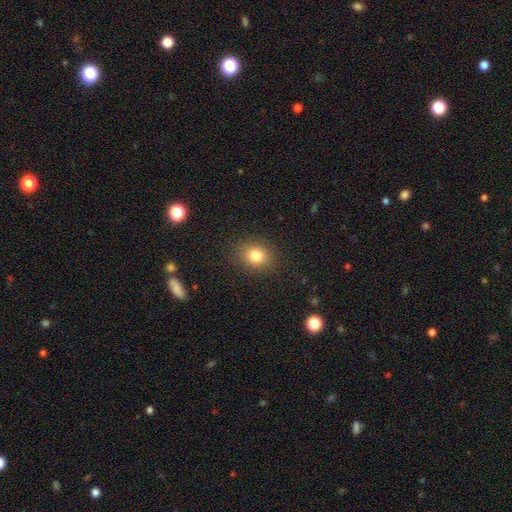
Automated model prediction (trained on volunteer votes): The model was most divided on "how rounded": round: 62%, in between: 37%, cigar-shaped: 1%. More confident: merging — none (88%); smooth or featured — smooth (80%).